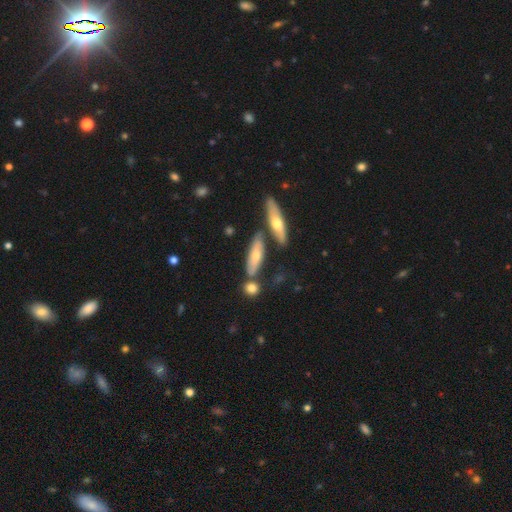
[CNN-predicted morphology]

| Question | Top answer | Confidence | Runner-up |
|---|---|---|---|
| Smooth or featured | smooth | 54% | featured or disk (39%) |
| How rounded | cigar-shaped | 55% | in between (43%) |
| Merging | none | 62% | merger (20%) |